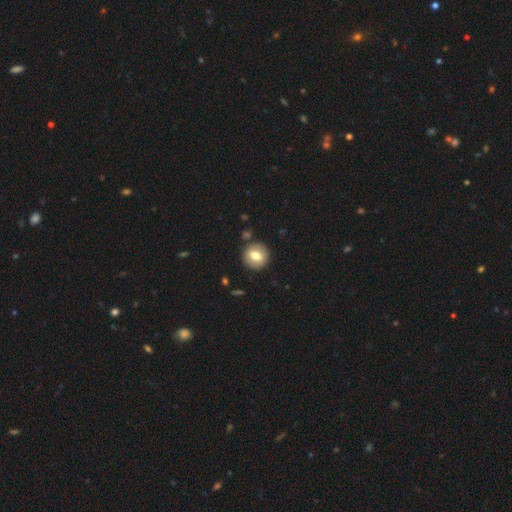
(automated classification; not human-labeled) Morphology: type=smooth (69%); roundness=round (87%); merging=none (88%).